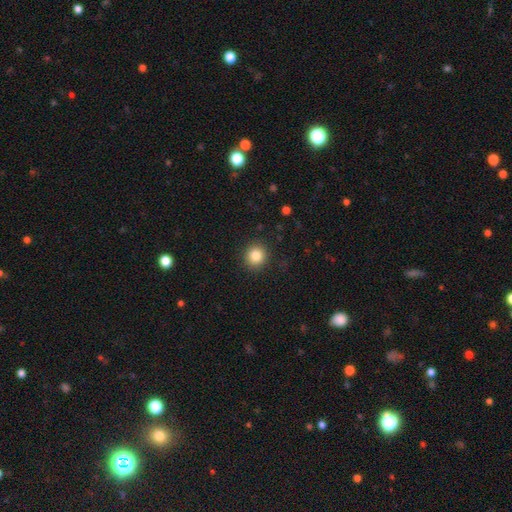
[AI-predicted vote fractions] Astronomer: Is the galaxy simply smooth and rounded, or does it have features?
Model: smooth — 84%.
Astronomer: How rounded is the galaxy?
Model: round — 89%.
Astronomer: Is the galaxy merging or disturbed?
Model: none — 91%.